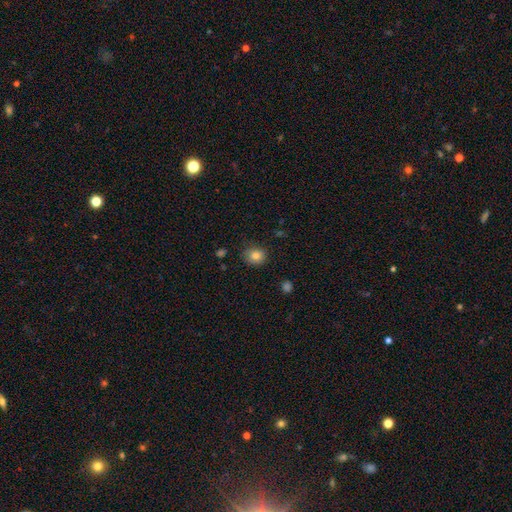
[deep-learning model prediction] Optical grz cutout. It shows a smooth galaxy with no disk features (82%) that is round (75%). Merging: none (81%).